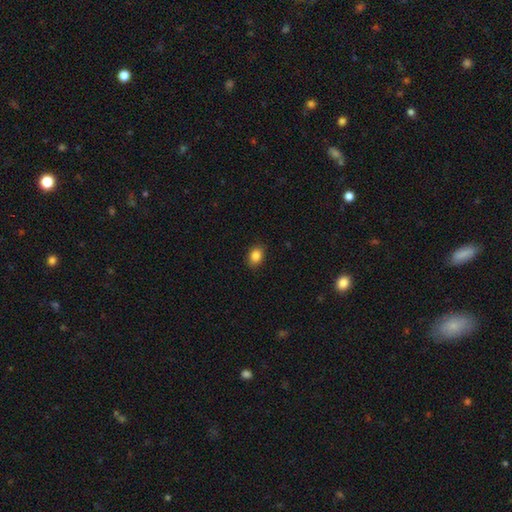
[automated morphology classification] smooth-or-featured: smooth: 86% | star or artifact: 9% | featured or disk: 5%
  how-rounded: in between: 65% | round: 34% | cigar-shaped: 1%
  merging: none: 88% | minor disturbance: 9% | major disturbance: 2% | merger: 1%